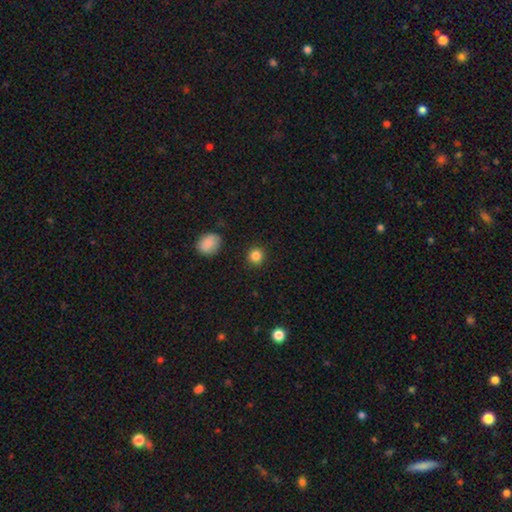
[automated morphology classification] Overall: smooth (85%). How rounded: round (89%). Merging: none (89%).